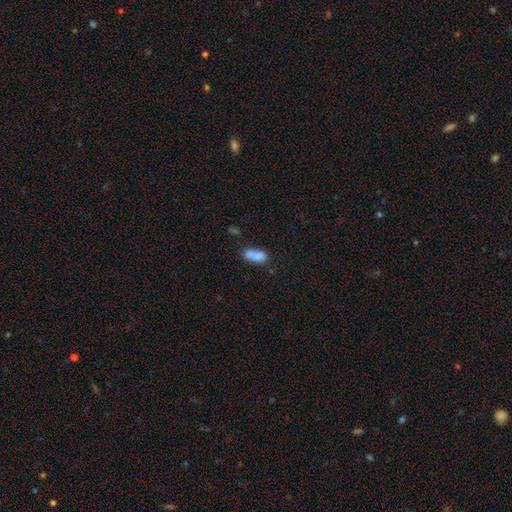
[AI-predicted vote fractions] Smooth or featured? Predicted: smooth (p=0.80). How rounded? Predicted: in between (p=0.79). Merging? Predicted: none (p=0.52).